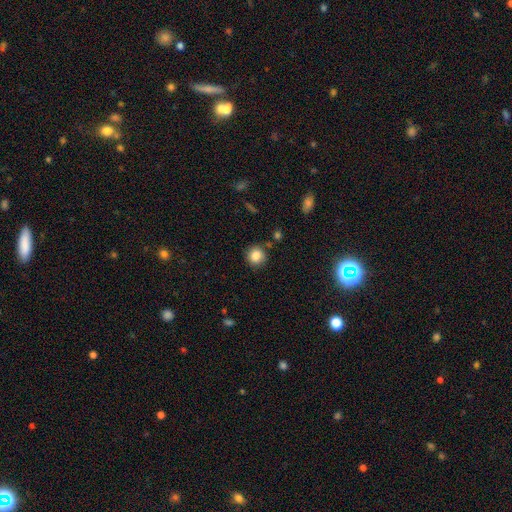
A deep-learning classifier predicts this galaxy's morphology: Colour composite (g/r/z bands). It shows a smooth galaxy with no disk features (84%) that is round (89%). Merging: none (85%).